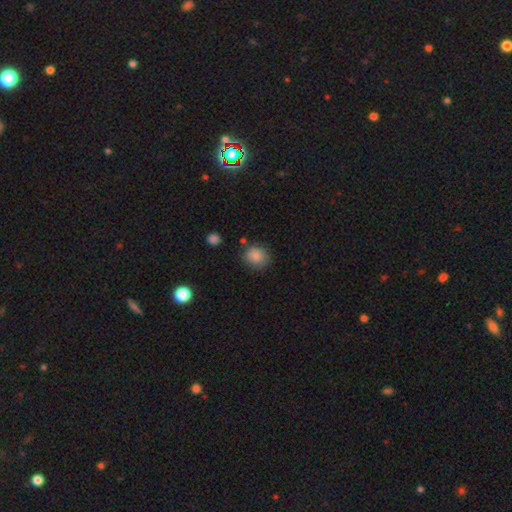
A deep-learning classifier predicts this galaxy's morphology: A smooth galaxy with no disk features (85%) that is round (76%). Merging: none (79%).